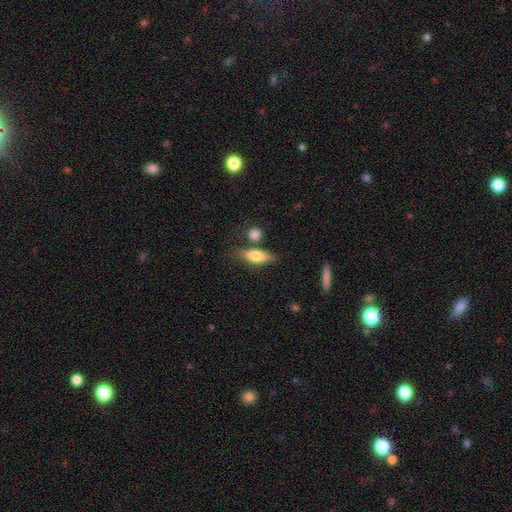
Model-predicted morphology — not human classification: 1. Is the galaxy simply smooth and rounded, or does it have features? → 67% smooth, 26% featured or disk, 7% star or artifact.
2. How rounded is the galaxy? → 56% in between, 40% cigar-shaped, 4% round.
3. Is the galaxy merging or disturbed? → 64% none, 17% minor disturbance, 14% merger, 6% major disturbance.